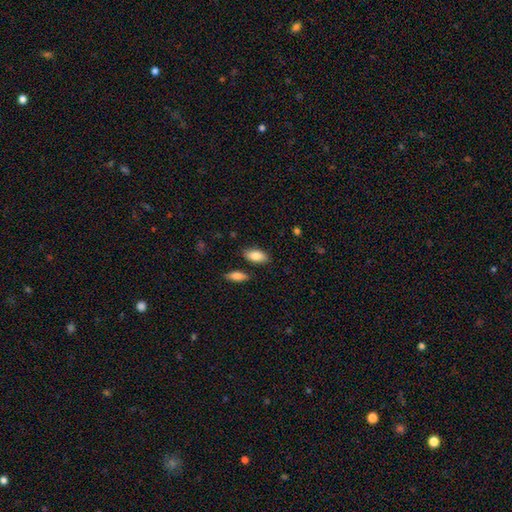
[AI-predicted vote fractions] smooth 84%, featured or disk 9%, star or artifact 6%. Down the decision tree: how rounded — in between (91%); merging — none (83%).